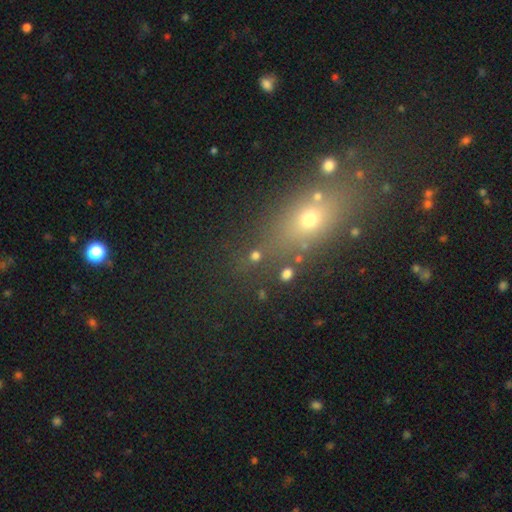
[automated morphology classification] Smooth or featured: smooth — 55% (star or artifact — 32%)
How rounded: round — 50% (in between — 38%)
Merging: none — 71% (minor disturbance — 11%)